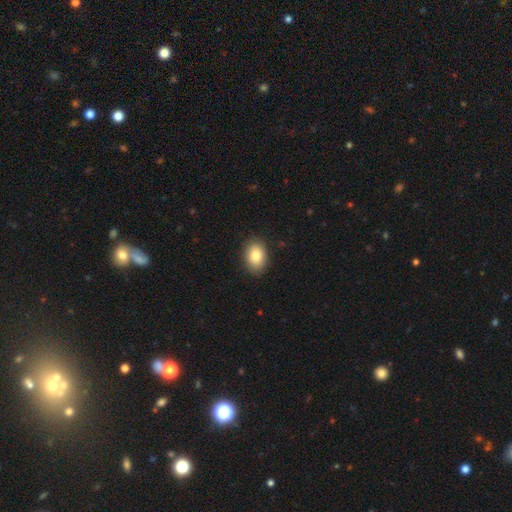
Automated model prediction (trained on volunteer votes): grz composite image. It shows a smooth galaxy with no disk features (83%) that is in between round and cigar-shaped (78%). Merging: none (88%).